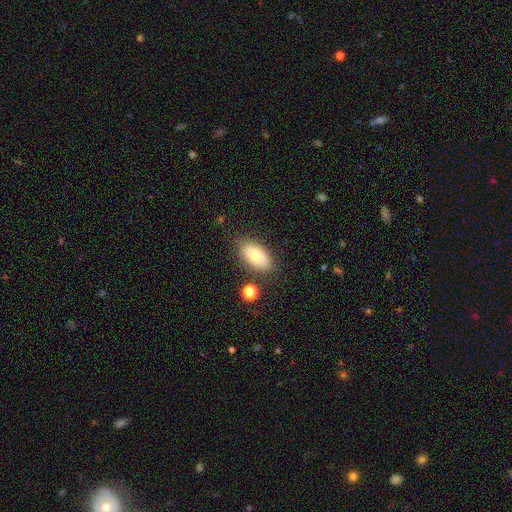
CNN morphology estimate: smooth-or-featured: smooth: 75% | featured or disk: 17% | star or artifact: 8%
  how-rounded: in between: 93% | round: 4% | cigar-shaped: 3%
  merging: none: 81% | minor disturbance: 12% | merger: 4% | major disturbance: 3%